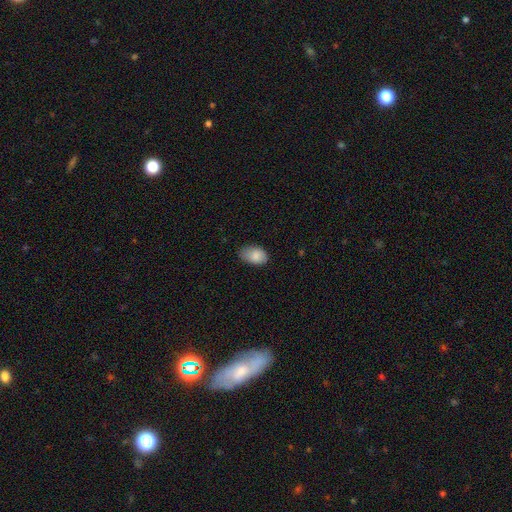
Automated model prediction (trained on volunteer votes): smooth_or_featured: smooth (p=0.86) [alt: star or artifact p=0.07]
how_rounded: in between (p=0.89) [alt: round p=0.10]
merging: none (p=0.62) [alt: minor disturbance p=0.30]